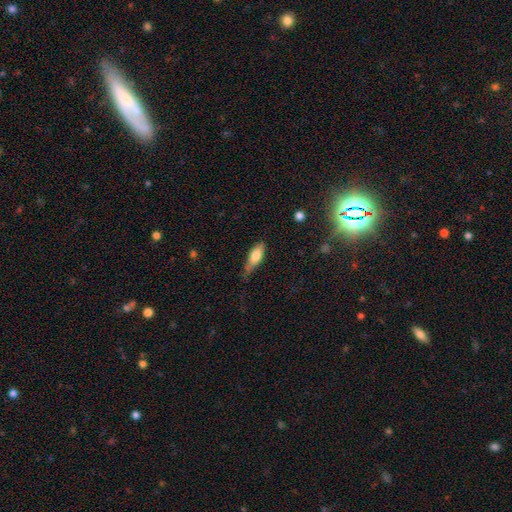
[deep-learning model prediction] smooth_or_featured: smooth (p=0.74) [alt: featured or disk p=0.20]
how_rounded: in between (p=0.66) [alt: cigar-shaped p=0.32]
merging: none (p=0.50) [alt: minor disturbance p=0.37]